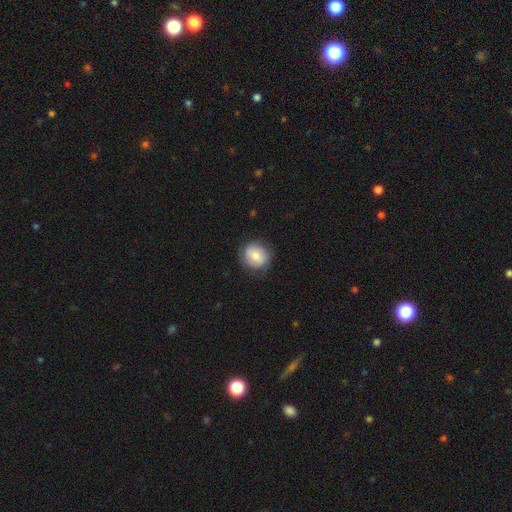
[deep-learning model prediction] Morphology: type=smooth (68%); roundness=round (83%); merging=none (79%).